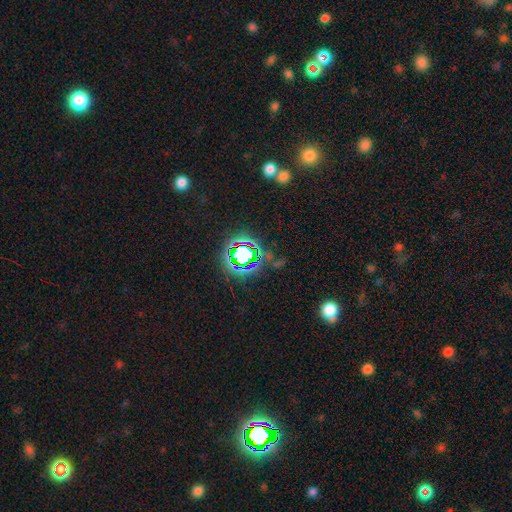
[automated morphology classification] Smooth or featured? Predicted: star or artifact (p=0.78).